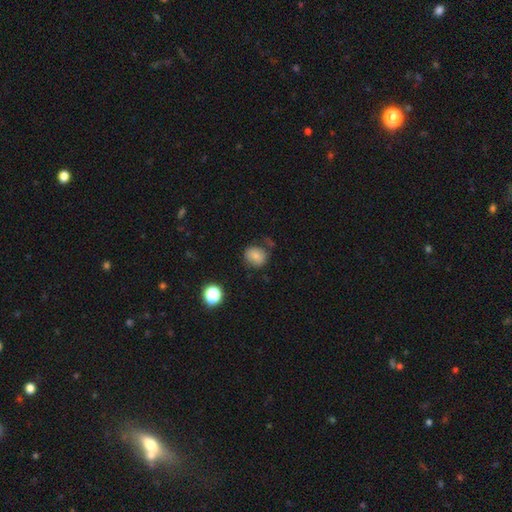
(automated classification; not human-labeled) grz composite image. It shows a smooth galaxy with no disk features (78%) that is round (71%). Merging: none (70%).